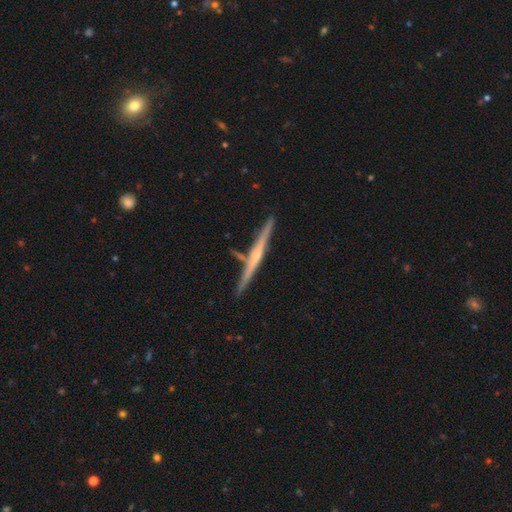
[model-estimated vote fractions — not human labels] featured or disk 73%, smooth 21%, star or artifact 6%. Down the decision tree: edge-on disk — yes (98%); edge-on bulge — rounded (55%); merging — none (81%).